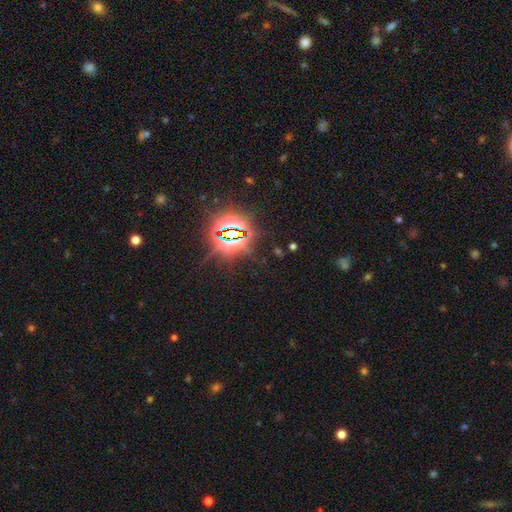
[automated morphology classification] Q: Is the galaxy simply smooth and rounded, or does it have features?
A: star or artifact — 83%.